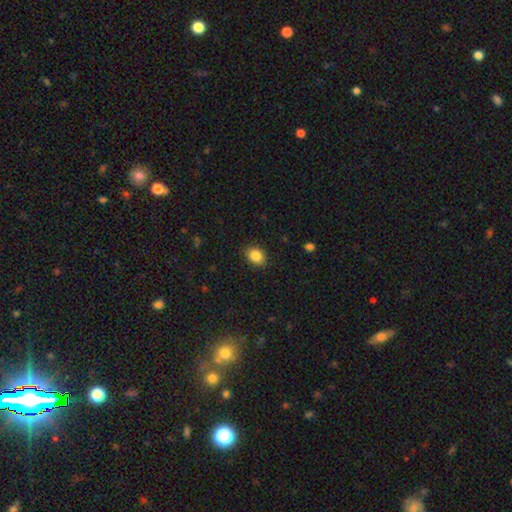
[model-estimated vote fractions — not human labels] Morphology: type=smooth (86%); roundness=in between (61%); merging=none (88%).